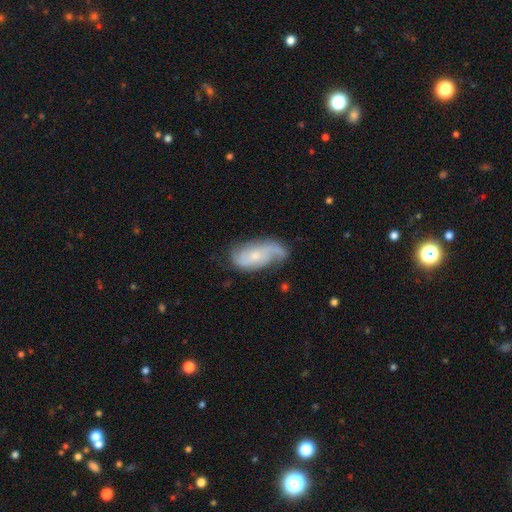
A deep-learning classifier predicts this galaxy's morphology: Overall: featured or disk (67%). Edge-on disk: no (94%). Bar: no (67%; weak 28%). Spiral arms: yes (90%). Spiral arm count: 2 (56%; 1 18%). Spiral winding: loose (39%; medium 38%). Bulge size: small (59%; moderate 32%). Merging: none (50%; minor disturbance 30%).